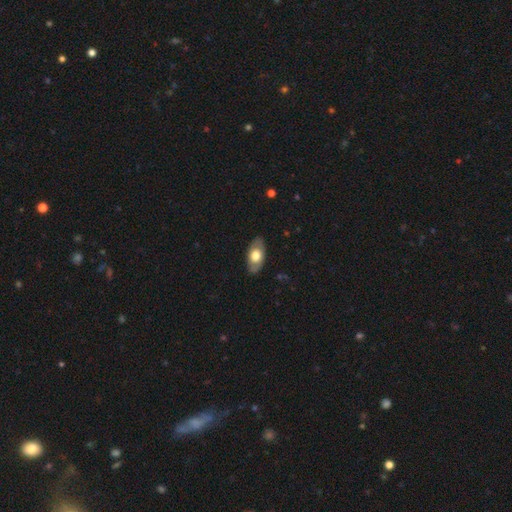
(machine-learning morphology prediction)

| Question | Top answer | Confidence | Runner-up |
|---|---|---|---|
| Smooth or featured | smooth | 58% | featured or disk (36%) |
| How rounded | in between | 92% | round (5%) |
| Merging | none | 85% | minor disturbance (12%) |